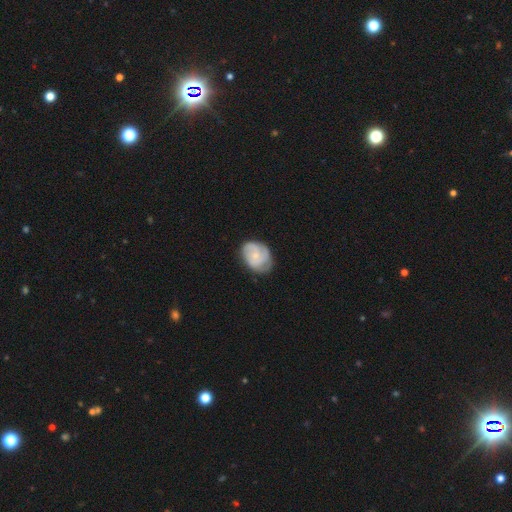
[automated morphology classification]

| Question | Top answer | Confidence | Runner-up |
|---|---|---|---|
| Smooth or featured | featured or disk | 48% | smooth (46%) |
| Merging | none | 60% | minor disturbance (29%) |